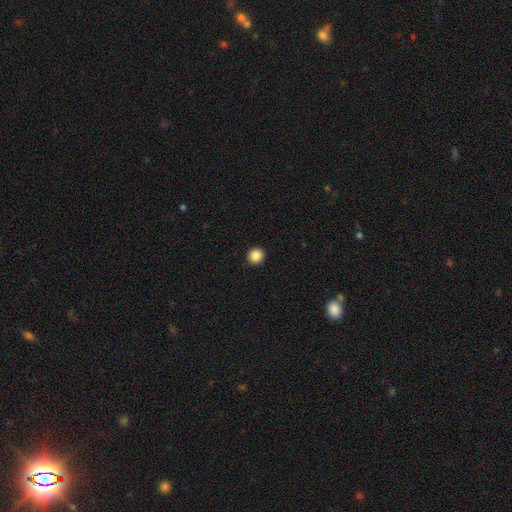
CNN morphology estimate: smooth 87%, star or artifact 10%, featured or disk 3%. Down the decision tree: how rounded — round (94%); merging — none (93%).